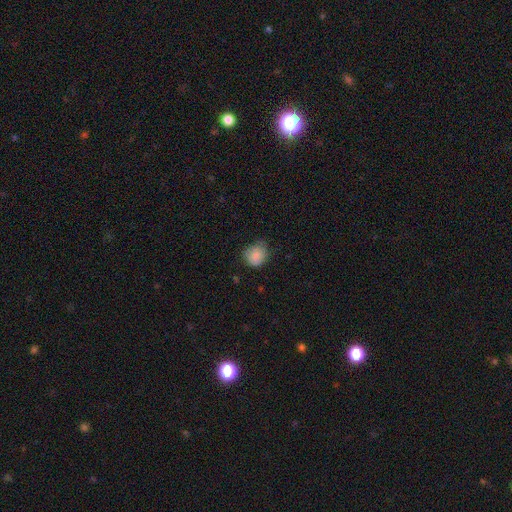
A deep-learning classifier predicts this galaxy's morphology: Smooth or featured?
  - smooth: 82% *
  - featured or disk: 10%
  - star or artifact: 8%
How rounded?
  - round: 67% *
  - in between: 32%
  - cigar-shaped: 1%
Merging?
  - none: 58% *
  - minor disturbance: 32%
  - major disturbance: 8%
  - merger: 1%